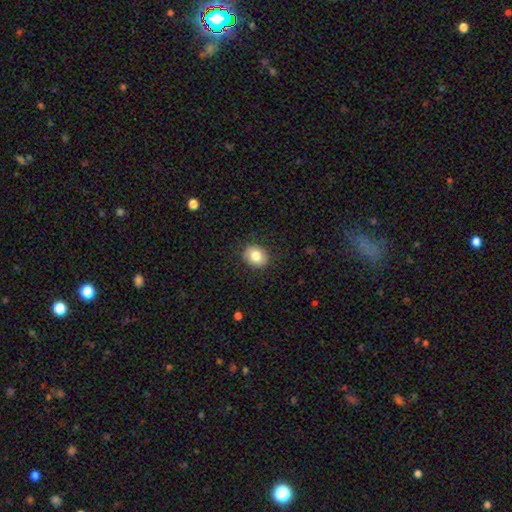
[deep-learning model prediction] smooth_or_featured: smooth (p=0.83) [alt: star or artifact p=0.09]
how_rounded: round (p=0.62) [alt: in between p=0.38]
merging: none (p=0.89) [alt: minor disturbance p=0.08]